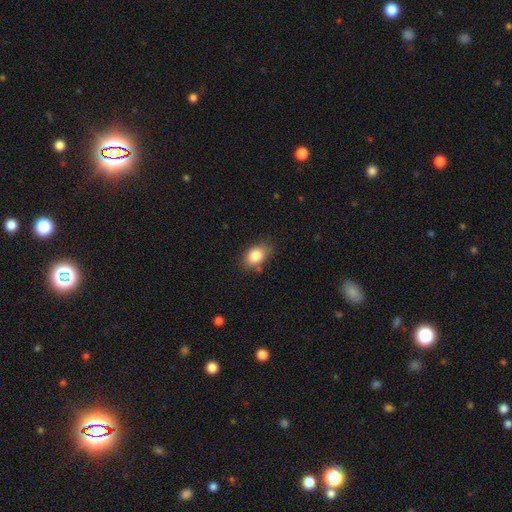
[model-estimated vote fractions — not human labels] Smooth or featured: smooth — 84% (star or artifact — 8%)
How rounded: in between — 80% (round — 18%)
Merging: none — 72% (minor disturbance — 20%)